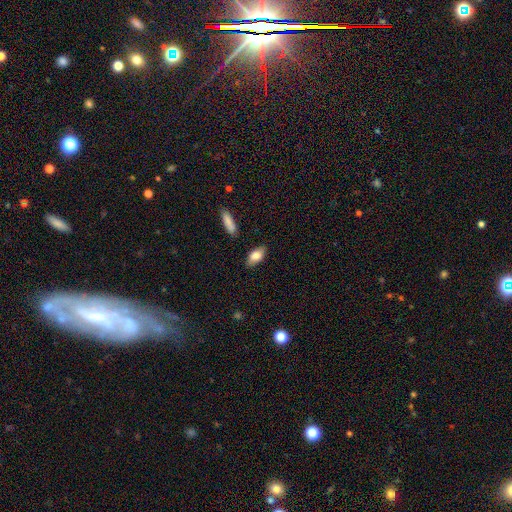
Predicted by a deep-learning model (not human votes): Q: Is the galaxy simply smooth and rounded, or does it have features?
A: smooth — 80%.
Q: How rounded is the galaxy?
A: in between — 88%.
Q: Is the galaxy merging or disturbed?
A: none — 81%.